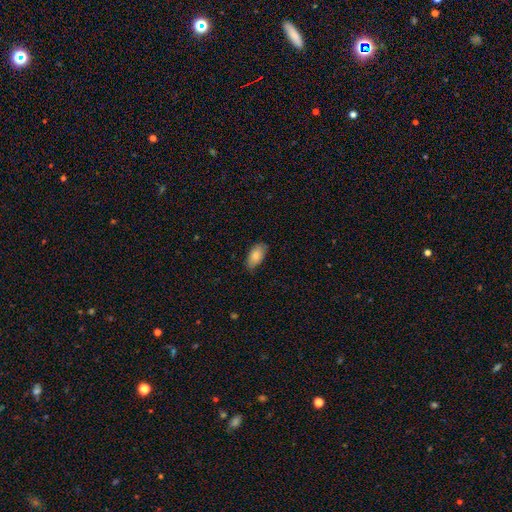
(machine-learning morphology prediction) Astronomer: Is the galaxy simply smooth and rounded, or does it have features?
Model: smooth — 84%.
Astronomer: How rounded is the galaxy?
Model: in between — 93%.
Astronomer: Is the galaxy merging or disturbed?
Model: none — 80%.